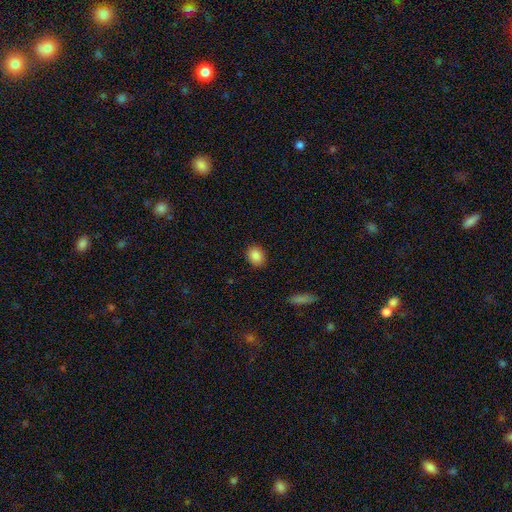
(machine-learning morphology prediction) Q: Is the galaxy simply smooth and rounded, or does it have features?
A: smooth — 86%.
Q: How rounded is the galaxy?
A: in between — 51%.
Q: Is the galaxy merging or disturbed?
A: none — 88%.